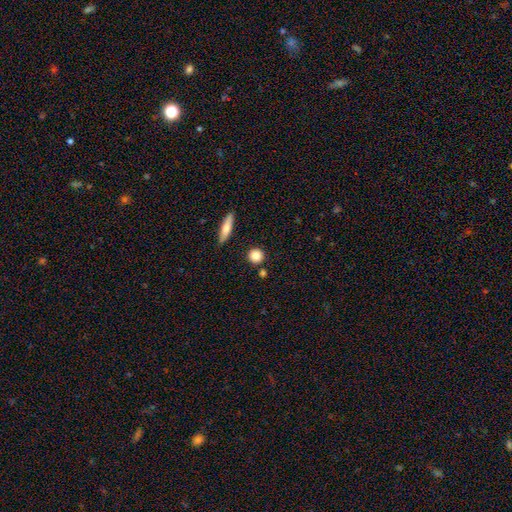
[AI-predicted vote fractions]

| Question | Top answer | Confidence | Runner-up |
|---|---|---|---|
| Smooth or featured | smooth | 83% | star or artifact (9%) |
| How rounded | round | 89% | in between (8%) |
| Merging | none | 85% | minor disturbance (7%) |